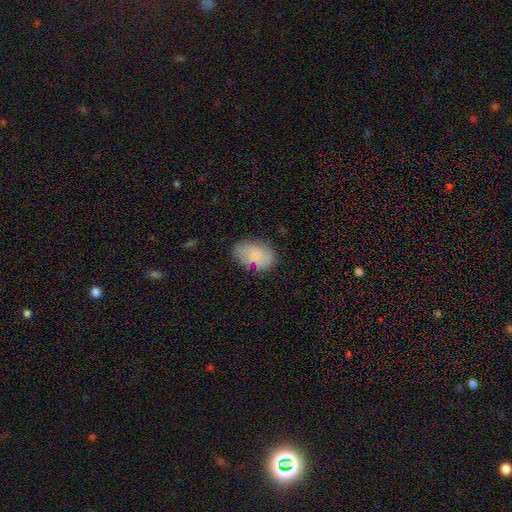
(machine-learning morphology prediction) Smooth or featured: smooth — 73% (featured or disk — 19%)
How rounded: in between — 88% (round — 11%)
Merging: none — 70% (minor disturbance — 21%)